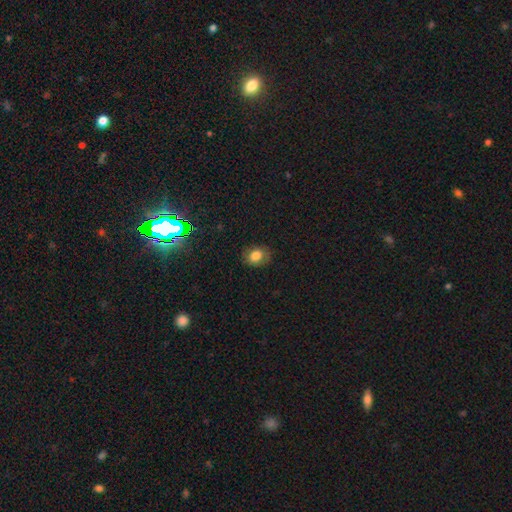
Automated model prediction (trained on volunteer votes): This is likely a smooth galaxy (78%). How rounded: possibly in between (57%). Merging: clearly none (81%).